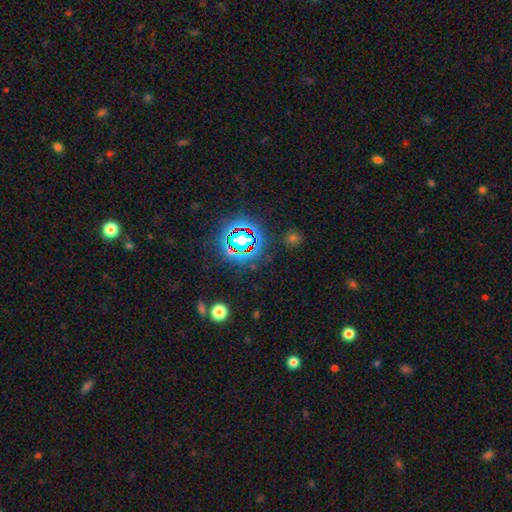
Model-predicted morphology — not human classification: Overall: star or artifact (74%).